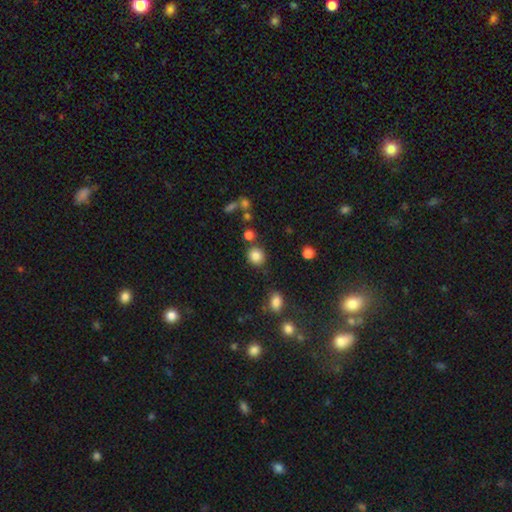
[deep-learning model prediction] smooth_or_featured: smooth (p=0.84) [alt: star or artifact p=0.11]
how_rounded: round (p=0.86) [alt: in between p=0.13]
merging: none (p=0.79) [alt: minor disturbance p=0.09]